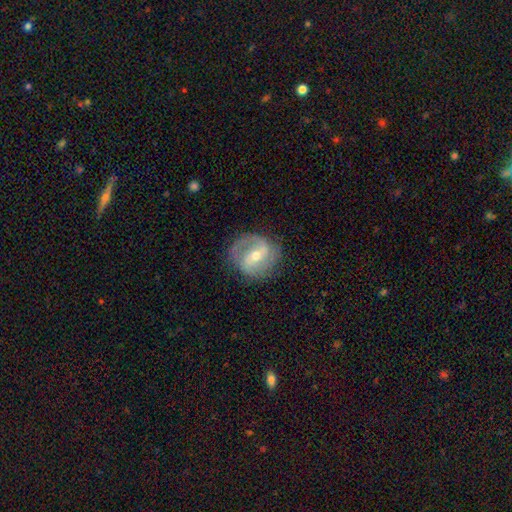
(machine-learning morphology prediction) Overall: featured or disk (77%). Edge-on disk: no (97%). Bar: weak (48%; strong 30%). Spiral arms: yes (89%). Spiral arm count: 2 (74%). Spiral winding: medium (46%; tight 29%). Bulge size: moderate (57%; small 39%). Merging: none (76%).